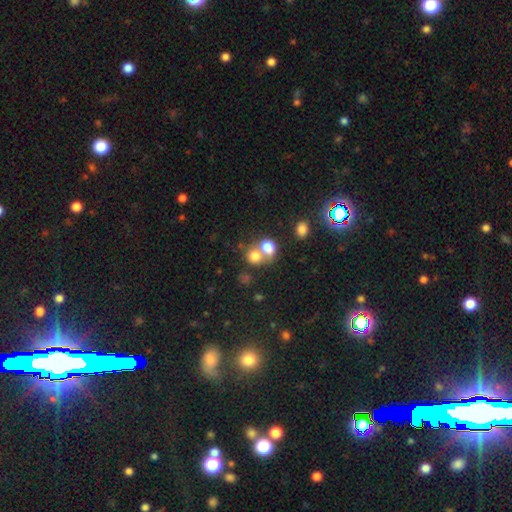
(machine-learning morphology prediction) Smooth or featured? Predicted: smooth (p=0.76). How rounded? Predicted: round (p=0.65). Merging? Predicted: merger (p=0.56).